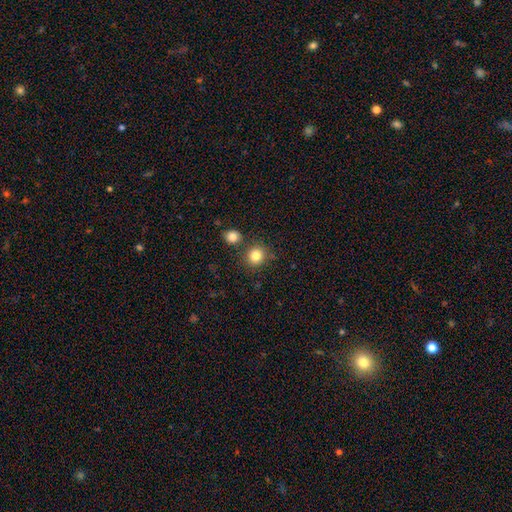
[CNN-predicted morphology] type=smooth (84%); roundness=round (89%); merging=none (79%).